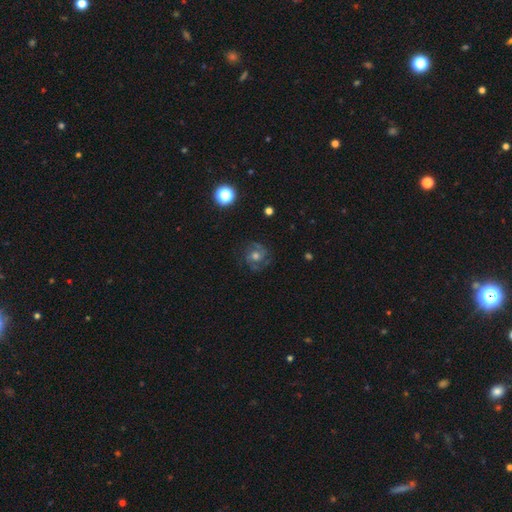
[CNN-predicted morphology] Smooth or featured?
  - featured or disk: 75% *
  - smooth: 13%
  - star or artifact: 12%
Edge-on disk?
  - no: 98% *
  - yes: 2%
Bar?
  - no: 66% *
  - weak: 28%
  - strong: 6%
Spiral arms?
  - yes: 95% *
  - no: 5%
Spiral winding?
  - tight: 48% *
  - medium: 43%
  - loose: 9%
Spiral arm count?
  - 2: 56% *
  - 3: 19%
  - can't tell: 14%
  - 4: 4%
  - 1: 4%
  - more than 4: 3%
Bulge size?
  - moderate: 68% *
  - small: 21%
  - large: 8%
  - none: 2%
  - dominant: 1%
Merging?
  - none: 80% *
  - minor disturbance: 13%
  - major disturbance: 6%
  - merger: 1%